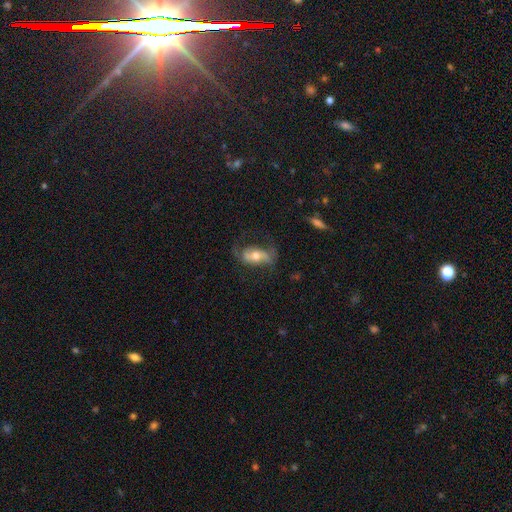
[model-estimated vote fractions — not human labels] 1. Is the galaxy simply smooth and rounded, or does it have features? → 63% featured or disk, 30% smooth, 7% star or artifact.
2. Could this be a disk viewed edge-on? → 90% no, 10% yes.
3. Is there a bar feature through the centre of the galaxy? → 42% no, 31% weak, 27% strong.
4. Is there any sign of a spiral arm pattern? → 79% yes, 21% no.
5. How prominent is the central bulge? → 68% moderate, 21% small, 8% large, 1% dominant, 1% none.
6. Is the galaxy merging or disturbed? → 56% none, 21% minor disturbance, 21% major disturbance, 2% merger.